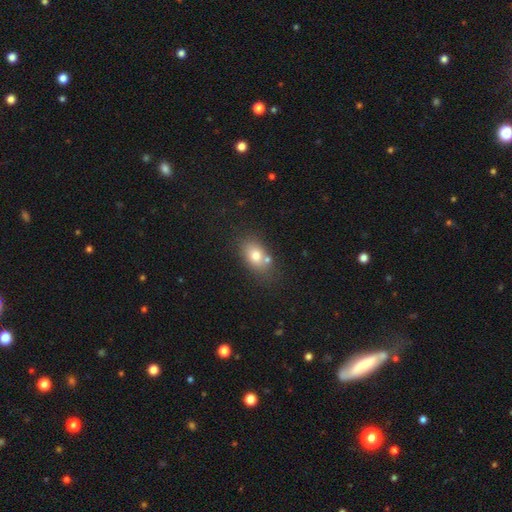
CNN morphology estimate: A smooth galaxy with no disk features (75%) that is in between round and cigar-shaped (81%).

Vote fractions:
- Smooth or featured? smooth: 75% / featured or disk: 15% / star or artifact: 10%
- How rounded? in between: 81% / round: 17% / cigar-shaped: 2%
- Merging? none: 63% / merger: 17% / minor disturbance: 15% / major disturbance: 5%